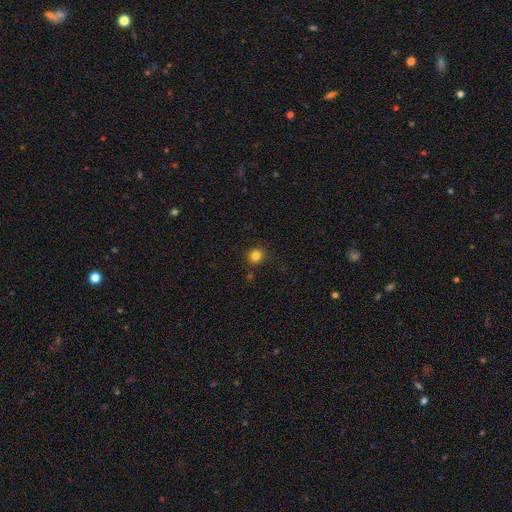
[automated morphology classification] A smooth galaxy with no disk features (83%) that is round (89%). Merging: none (86%).